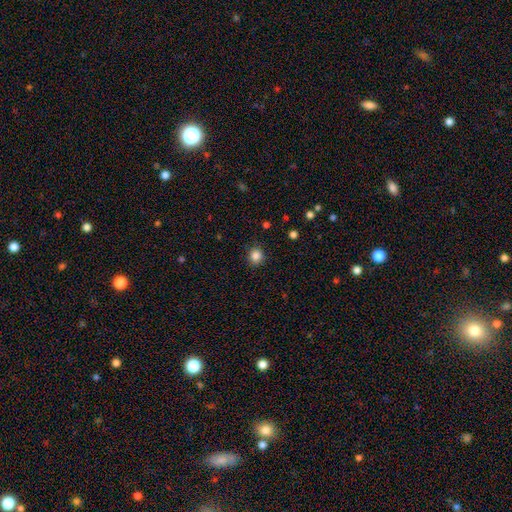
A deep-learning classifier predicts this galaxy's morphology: The model was most divided on "smooth or featured": smooth: 85%, star or artifact: 11%, featured or disk: 4%. More confident: merging — none (90%); how rounded — round (89%).